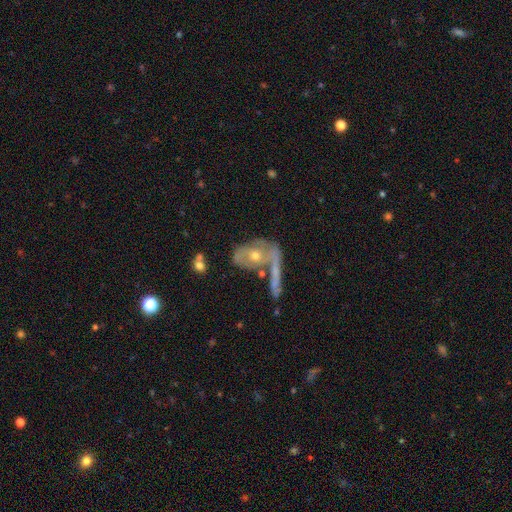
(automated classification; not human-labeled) Smooth or featured? featured or disk (60%)
Edge-on disk? no (79%)
Merging? none (38%)